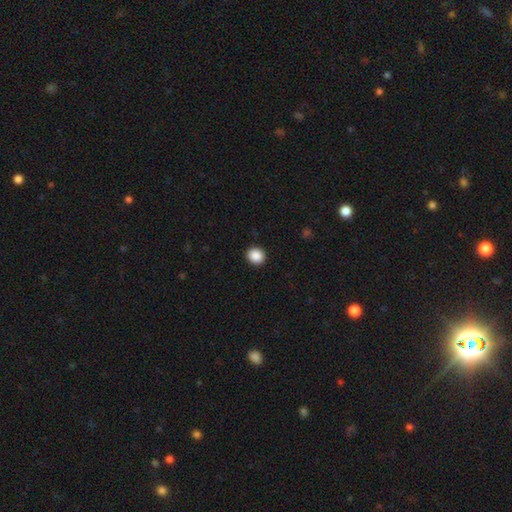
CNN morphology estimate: Overall: smooth (89%). How rounded: round (82%). Merging: none (92%).